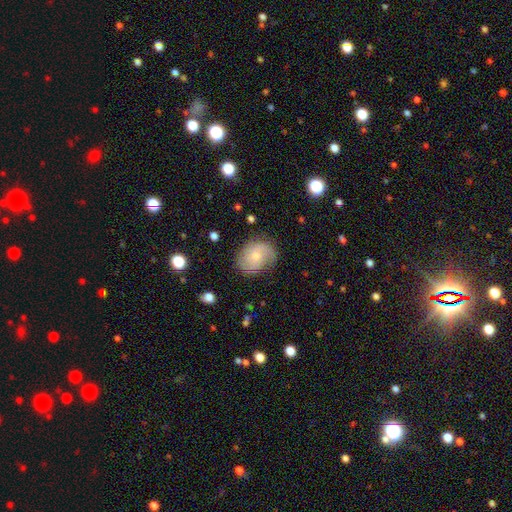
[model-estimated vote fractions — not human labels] Smooth or featured? featured or disk (54%)
Edge-on disk? no (97%)
Bar? no (73%)
Spiral arms? yes (87%)
Bulge size? small (56%)
Merging? none (75%)